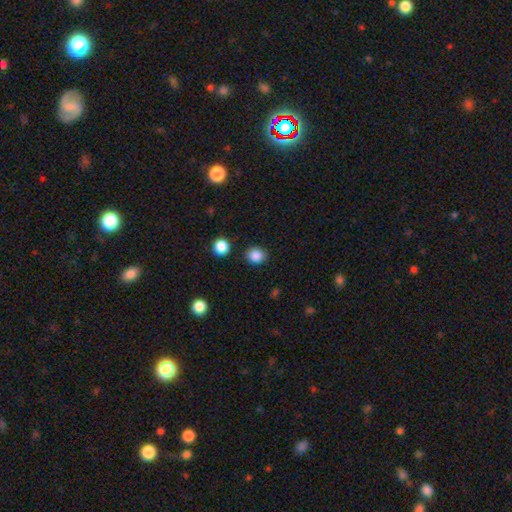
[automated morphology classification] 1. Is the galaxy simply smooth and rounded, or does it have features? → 87% smooth, 10% star or artifact, 3% featured or disk.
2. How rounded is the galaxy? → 78% round, 21% in between, 1% cigar-shaped.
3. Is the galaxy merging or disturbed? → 87% none, 7% minor disturbance, 3% merger, 2% major disturbance.